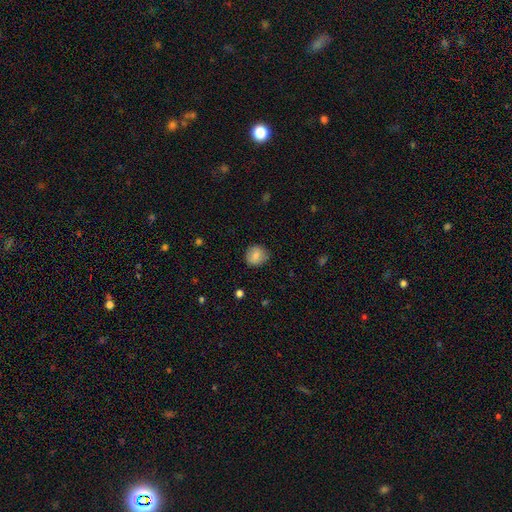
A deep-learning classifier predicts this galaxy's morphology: type=smooth (81%); roundness=round (81%); merging=none (83%).